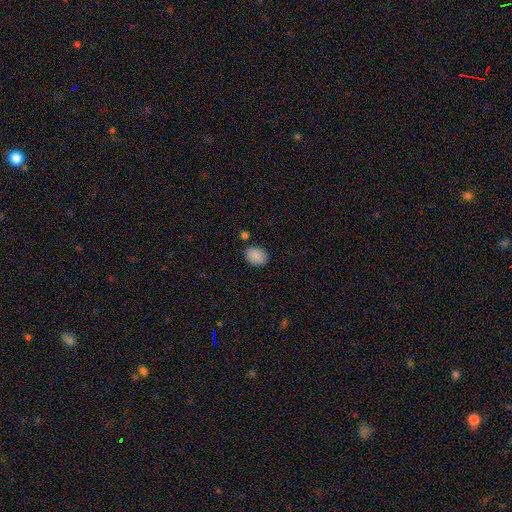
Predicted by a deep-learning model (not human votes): Smooth or featured?
  - smooth: 88% *
  - star or artifact: 8%
  - featured or disk: 4%
How rounded?
  - in between: 61% *
  - round: 38%
  - cigar-shaped: 1%
Merging?
  - none: 81% *
  - minor disturbance: 12%
  - merger: 4%
  - major disturbance: 3%